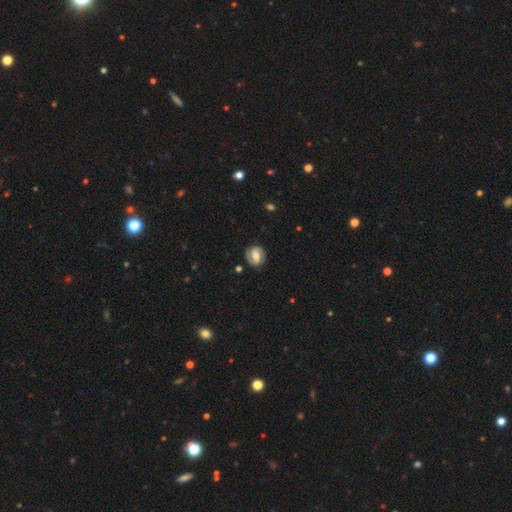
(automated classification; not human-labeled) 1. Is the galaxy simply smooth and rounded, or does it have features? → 70% featured or disk, 23% smooth, 6% star or artifact.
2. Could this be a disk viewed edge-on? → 97% no, 3% yes.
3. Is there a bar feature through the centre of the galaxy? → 44% weak, 34% strong, 22% no.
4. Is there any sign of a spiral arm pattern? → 89% yes, 11% no.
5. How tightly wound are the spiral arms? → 45% medium, 39% tight, 16% loose.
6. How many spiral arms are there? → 89% 2, 5% can't tell, 2% 1, 1% 3, 1% 4, 1% more than 4.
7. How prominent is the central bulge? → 62% moderate, 20% small, 13% large, 3% none, 2% dominant.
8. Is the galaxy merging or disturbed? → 84% none, 11% minor disturbance, 4% major disturbance, 1% merger.